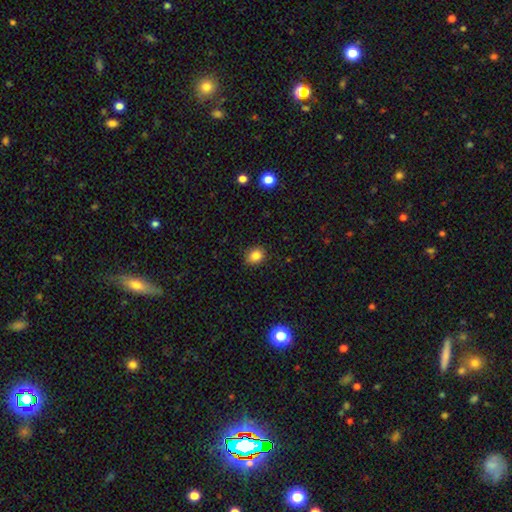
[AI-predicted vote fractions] Smooth or featured?
  - smooth: 83% *
  - star or artifact: 11%
  - featured or disk: 5%
How rounded?
  - round: 60% *
  - in between: 39%
  - cigar-shaped: 1%
Merging?
  - none: 86% *
  - minor disturbance: 11%
  - major disturbance: 2%
  - merger: 1%